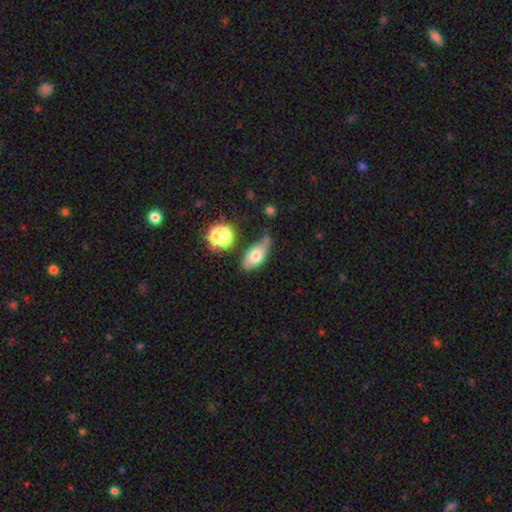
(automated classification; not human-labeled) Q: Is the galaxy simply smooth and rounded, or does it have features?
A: smooth — 71%.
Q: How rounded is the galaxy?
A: in between — 85%.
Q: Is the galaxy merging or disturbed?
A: none — 57%.